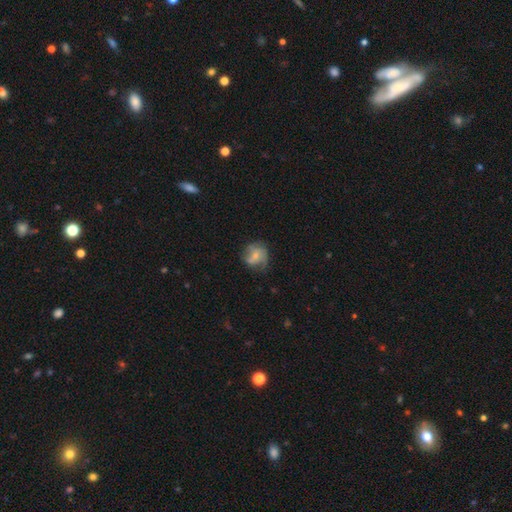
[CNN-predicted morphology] A featured or disk galaxy (50%).

Vote fractions:
- Smooth or featured? featured or disk: 50% / smooth: 42% / star or artifact: 8%
- Merging? none: 57% / minor disturbance: 27% / major disturbance: 14% / merger: 2%